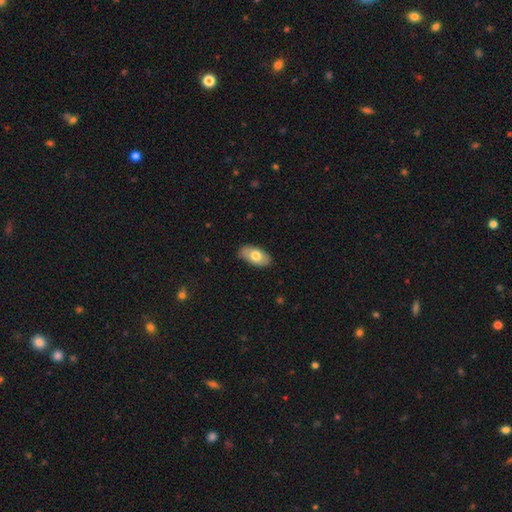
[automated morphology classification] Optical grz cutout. It shows a smooth galaxy with no disk features (70%) that is in between round and cigar-shaped (94%). Merging: none (84%).